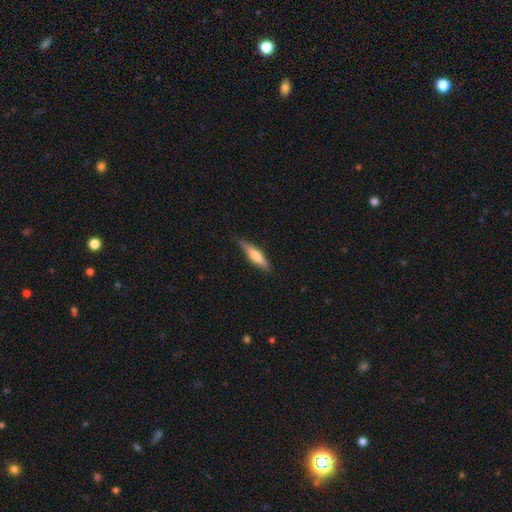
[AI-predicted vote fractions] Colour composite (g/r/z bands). It shows a smooth galaxy with no disk features (61%) that is cigar-shaped (74%). Merging: none (80%).